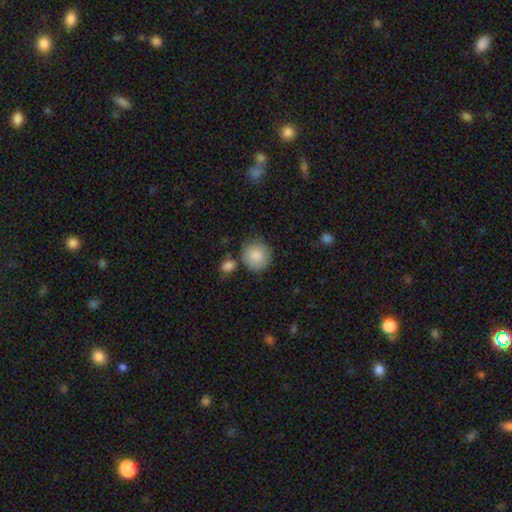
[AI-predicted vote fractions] Q: Smooth or featured?
A: smooth (88%); runner-up: star or artifact (7%)
Q: How rounded?
A: round (90%); runner-up: in between (9%)
Q: Merging?
A: none (74%); runner-up: minor disturbance (13%)